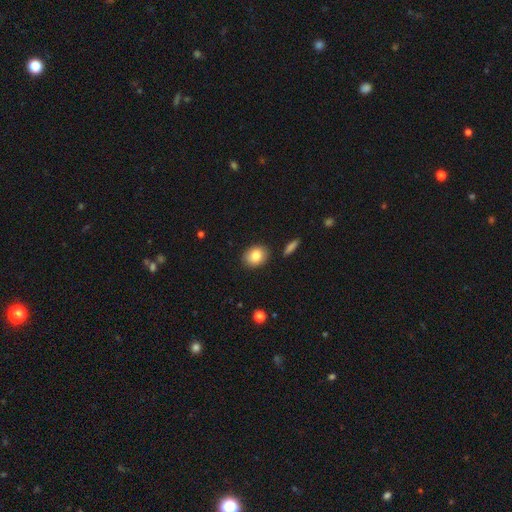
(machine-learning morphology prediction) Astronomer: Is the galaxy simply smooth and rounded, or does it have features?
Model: smooth — 82%.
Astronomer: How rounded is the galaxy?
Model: in between — 50% (runner-up: round, 49%).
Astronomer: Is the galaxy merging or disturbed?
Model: none — 87%.